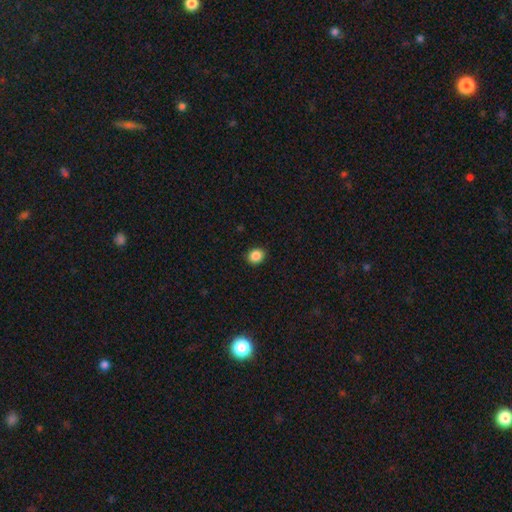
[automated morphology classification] Smooth or featured? smooth (87%)
How rounded? round (71%)
Merging? none (91%)